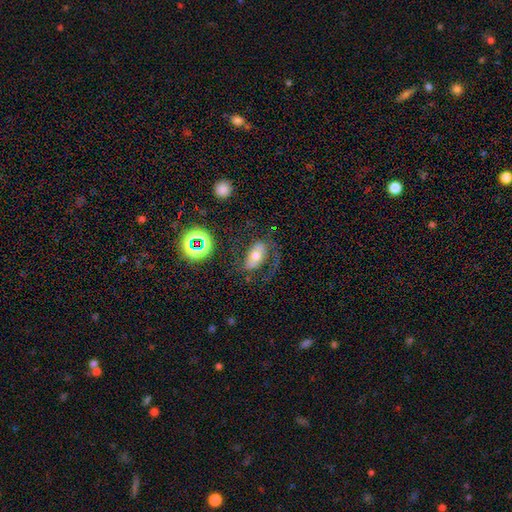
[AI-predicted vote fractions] The model was most divided on "smooth or featured": featured or disk: 44%, smooth: 43%, star or artifact: 13%. More confident: merging — none (55%).